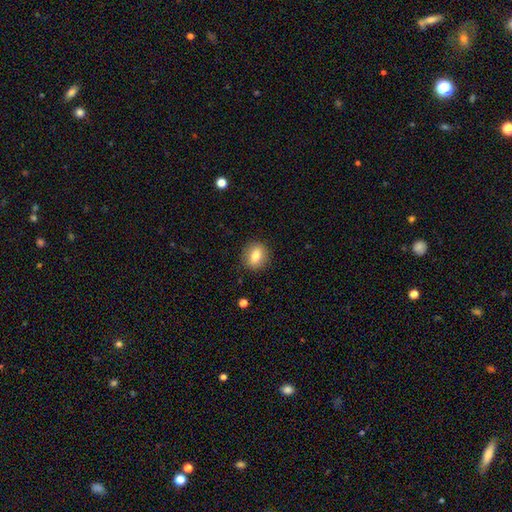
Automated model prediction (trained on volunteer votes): A smooth galaxy with no disk features (78%) that is round (61%).

Vote fractions:
- Smooth or featured? smooth: 78% / featured or disk: 13% / star or artifact: 9%
- How rounded? round: 61% / in between: 37% / cigar-shaped: 2%
- Merging? none: 89% / minor disturbance: 8% / major disturbance: 2% / merger: 1%